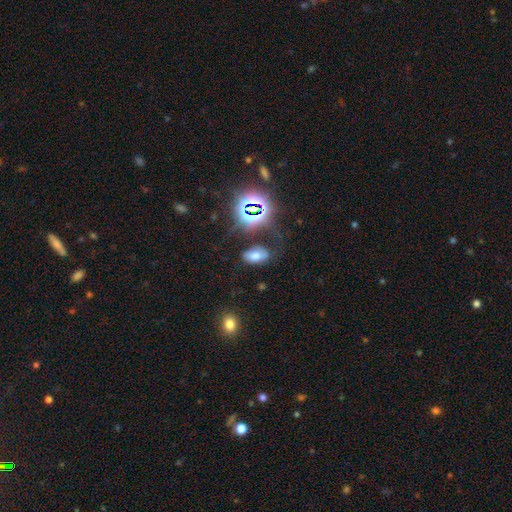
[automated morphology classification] Smooth or featured: smooth — 57% (star or artifact — 25%)
How rounded: in between — 90% (round — 8%)
Merging: none — 75% (minor disturbance — 15%)